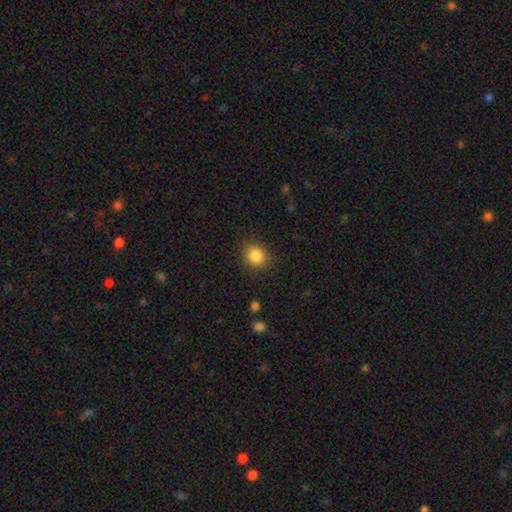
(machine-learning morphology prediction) smooth-or-featured: smooth: 86% | star or artifact: 10% | featured or disk: 5%
  how-rounded: round: 78% | in between: 21% | cigar-shaped: 1%
  merging: none: 87% | minor disturbance: 9% | major disturbance: 3% | merger: 1%